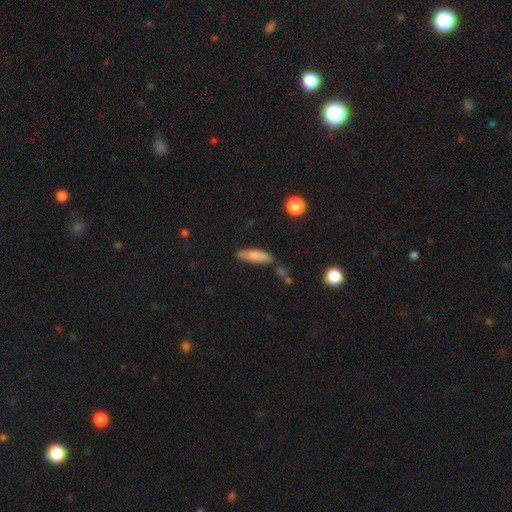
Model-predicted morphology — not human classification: Smooth or featured? Predicted: smooth (p=0.80). How rounded? Predicted: cigar-shaped (p=0.62). Merging? Predicted: none (p=0.71).